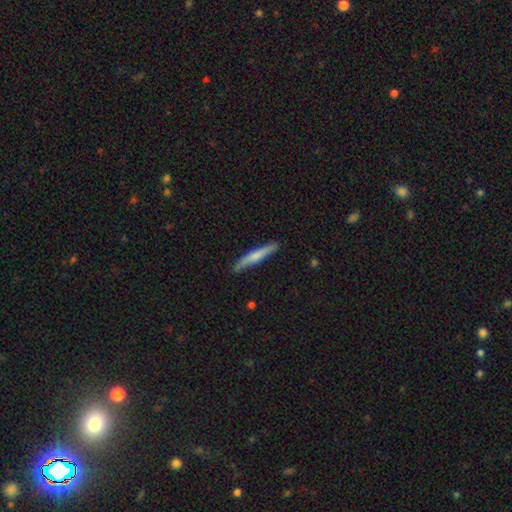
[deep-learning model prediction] This is possibly a smooth galaxy (57%). How rounded: clearly cigar-shaped (95%). Merging: clearly none (86%).